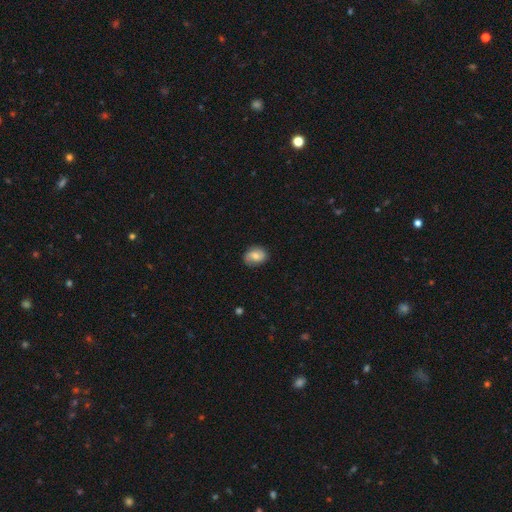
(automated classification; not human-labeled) Smooth or featured?
  - smooth: 57% *
  - featured or disk: 34%
  - star or artifact: 8%
How rounded?
  - in between: 59% *
  - round: 40%
  - cigar-shaped: 1%
Merging?
  - none: 79% *
  - minor disturbance: 16%
  - major disturbance: 4%
  - merger: 1%